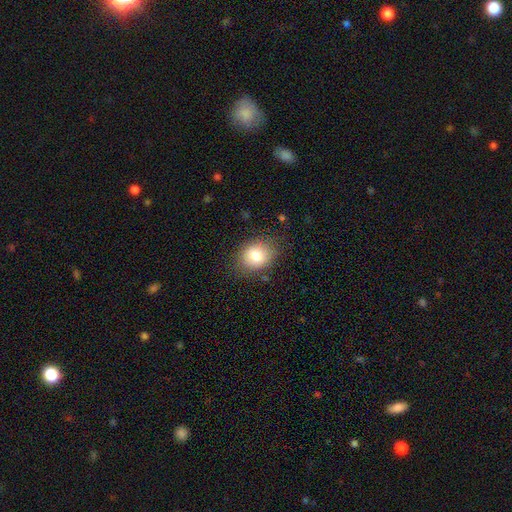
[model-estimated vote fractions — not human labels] Smooth or featured: smooth — 80% (featured or disk — 10%)
How rounded: round — 53% (in between — 46%)
Merging: none — 80% (minor disturbance — 15%)